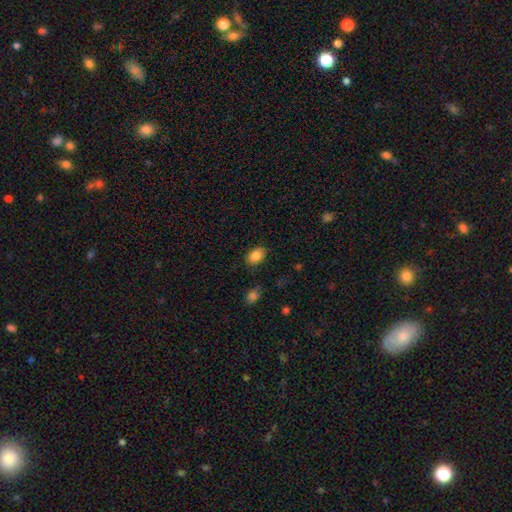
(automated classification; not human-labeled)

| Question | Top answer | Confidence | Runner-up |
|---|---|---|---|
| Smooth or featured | smooth | 86% | star or artifact (9%) |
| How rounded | in between | 79% | round (20%) |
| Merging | none | 84% | minor disturbance (11%) |